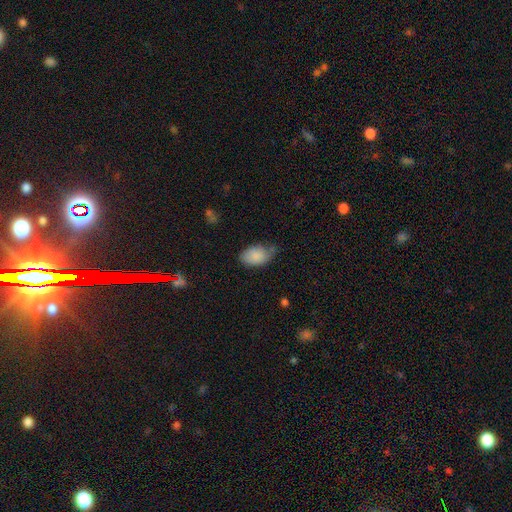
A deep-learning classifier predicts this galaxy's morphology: smooth 84%, featured or disk 10%, star or artifact 6%. Down the decision tree: how rounded — in between (91%); merging — none (43%).